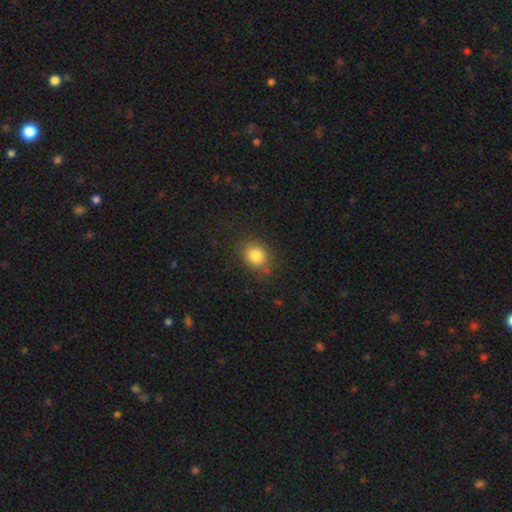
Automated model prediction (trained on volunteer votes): Smooth or featured: smooth — 83% (star or artifact — 10%)
How rounded: round — 58% (in between — 41%)
Merging: none — 81% (minor disturbance — 13%)